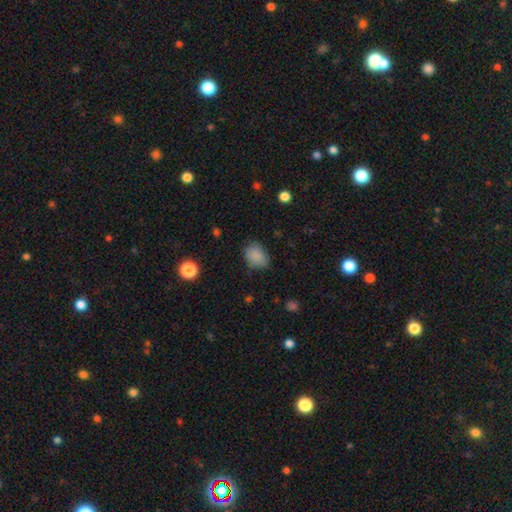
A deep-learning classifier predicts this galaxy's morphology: A smooth galaxy with no disk features (85%) that is in between round and cigar-shaped (69%).

Vote fractions:
- Smooth or featured? smooth: 85% / star or artifact: 9% / featured or disk: 6%
- How rounded? in between: 69% / round: 30% / cigar-shaped: 1%
- Merging? none: 73% / minor disturbance: 20% / major disturbance: 5% / merger: 2%